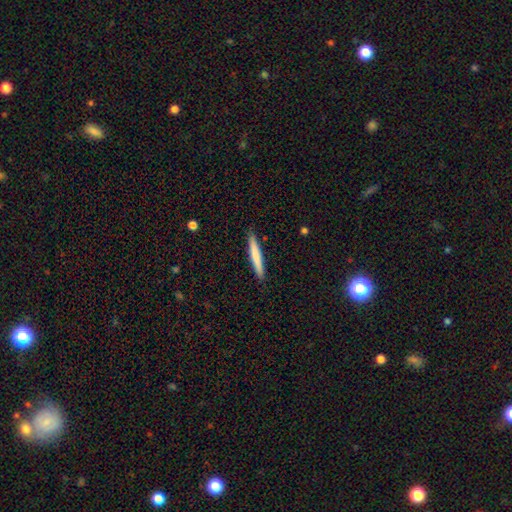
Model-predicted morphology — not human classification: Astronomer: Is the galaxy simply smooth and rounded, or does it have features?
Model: smooth — 71%.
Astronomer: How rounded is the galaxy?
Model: cigar-shaped — 95%.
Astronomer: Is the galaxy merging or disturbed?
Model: none — 91%.